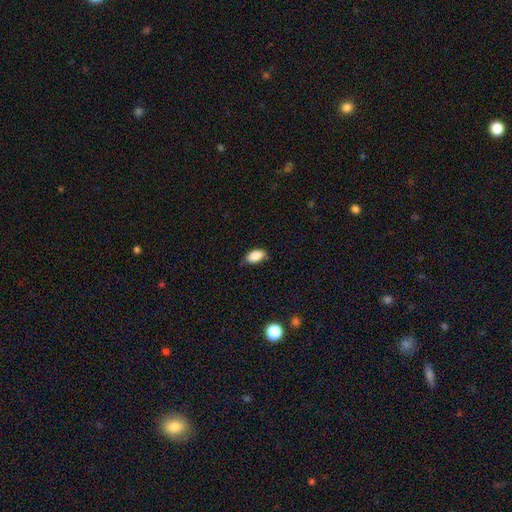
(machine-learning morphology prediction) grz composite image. It shows a smooth galaxy with no disk features (86%) that is in between round and cigar-shaped (92%). Merging: none (74%).